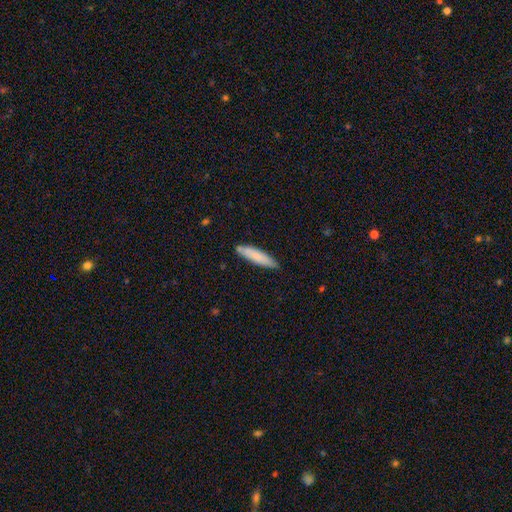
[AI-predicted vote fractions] This appears to be a smooth galaxy with no disk features (79%) that is cigar-shaped (79%). Merging: none (82%).